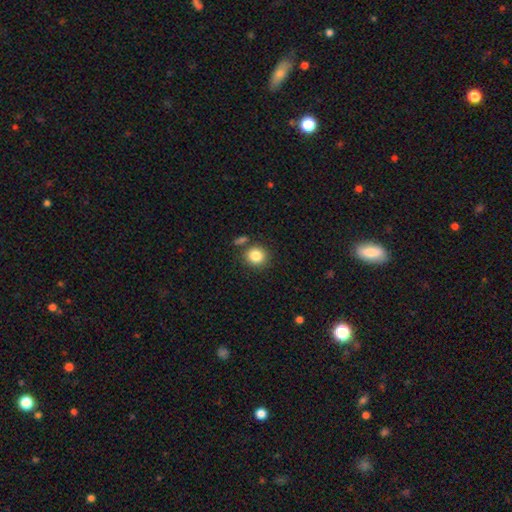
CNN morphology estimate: A smooth galaxy with no disk features (84%) that is round (88%). Merging: none (79%).